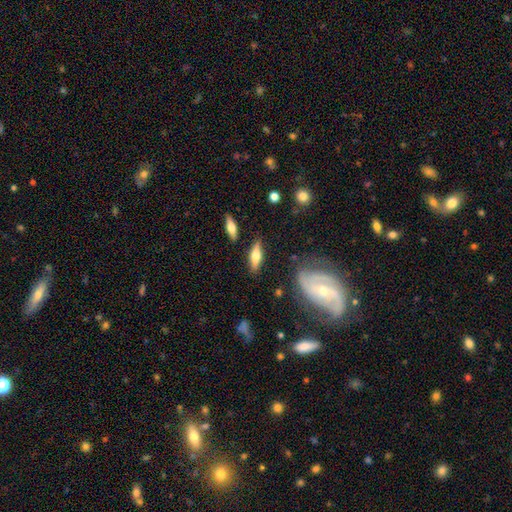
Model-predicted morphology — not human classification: A smooth galaxy with no disk features (51%) that is in between round and cigar-shaped (52%). Merging: none (81%).